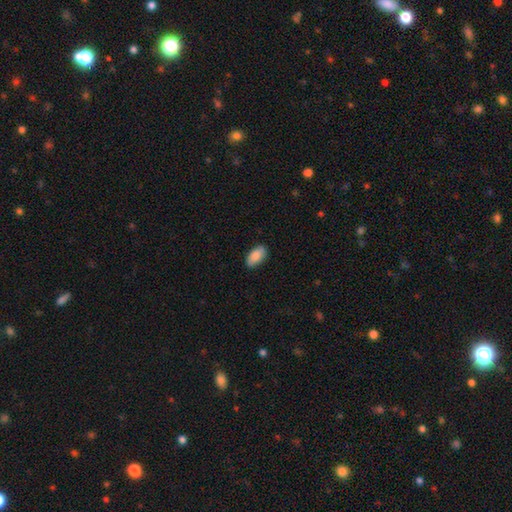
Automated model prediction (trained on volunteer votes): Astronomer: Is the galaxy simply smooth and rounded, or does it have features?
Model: smooth — 87%.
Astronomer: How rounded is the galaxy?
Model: in between — 94%.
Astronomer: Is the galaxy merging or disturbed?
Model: none — 87%.